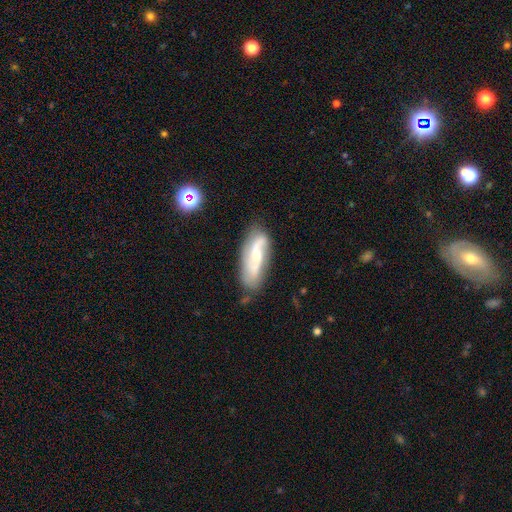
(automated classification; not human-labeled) smooth_or_featured: featured or disk (p=0.73) [alt: smooth p=0.20]
disk_edge_on: no (p=0.90) [alt: yes p=0.10]
bar: no (p=0.41) [alt: weak p=0.40]
has_spiral_arms: yes (p=0.92) [alt: no p=0.08]
spiral_winding: loose (p=0.54) [alt: medium p=0.33]
spiral_arm_count: 2 (p=0.83) [alt: can't tell p=0.08]
bulge_size: small (p=0.48) [alt: moderate p=0.41]
merging: none (p=0.72) [alt: minor disturbance p=0.19]